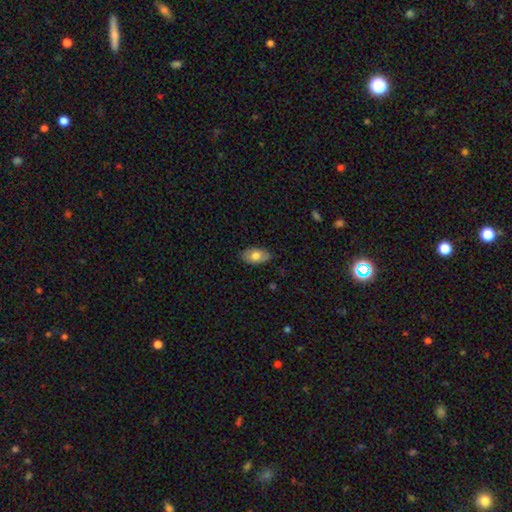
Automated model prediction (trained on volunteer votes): A smooth galaxy with no disk features (72%) that is in between round and cigar-shaped (93%).

Vote fractions:
- Smooth or featured? smooth: 72% / featured or disk: 22% / star or artifact: 7%
- How rounded? in between: 93% / round: 5% / cigar-shaped: 2%
- Merging? none: 81% / minor disturbance: 15% / major disturbance: 3% / merger: 1%